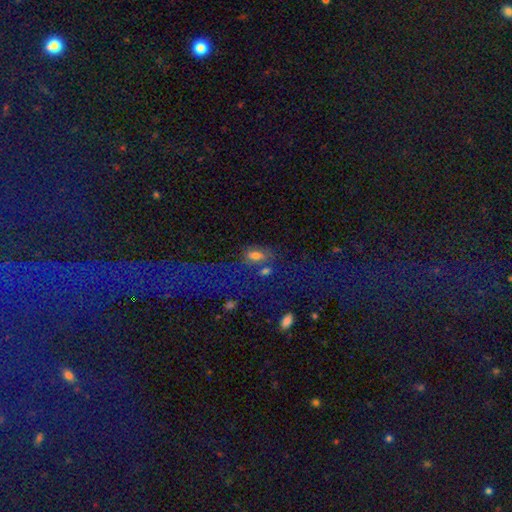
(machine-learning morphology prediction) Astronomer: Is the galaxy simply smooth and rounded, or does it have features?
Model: smooth — 64%.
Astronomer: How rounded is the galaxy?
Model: in between — 81%.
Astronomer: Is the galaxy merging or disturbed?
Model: none — 52%.